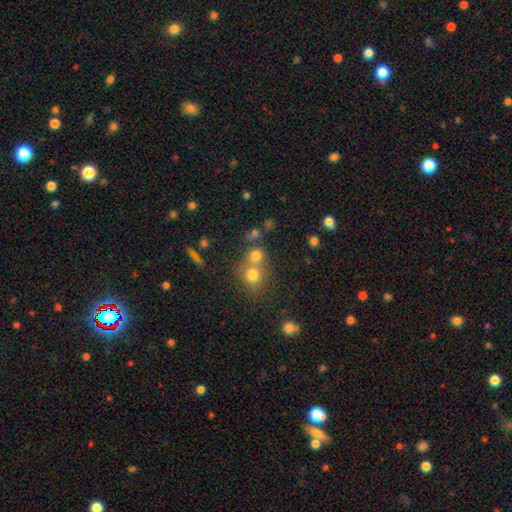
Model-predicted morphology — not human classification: Smooth or featured: smooth — 73% (star or artifact — 17%)
How rounded: round — 81% (in between — 17%)
Merging: none — 46% (merger — 44%)